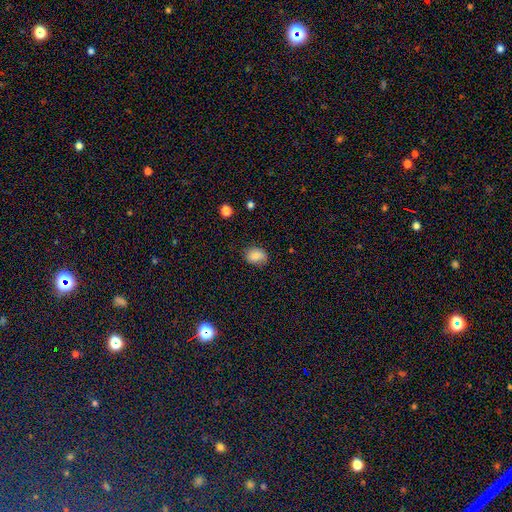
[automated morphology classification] Smooth or featured: smooth — 84% (star or artifact — 9%)
How rounded: in between — 70% (round — 29%)
Merging: none — 72% (minor disturbance — 22%)